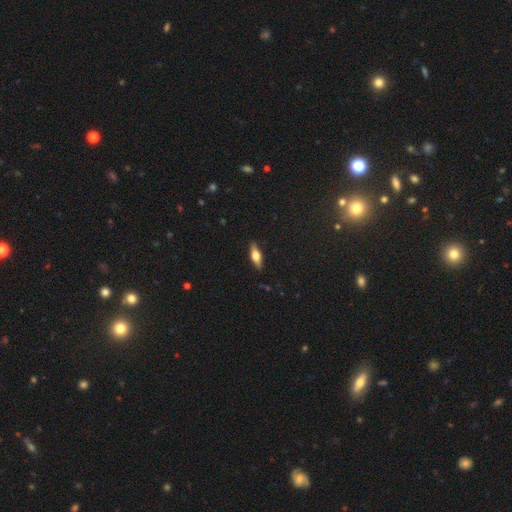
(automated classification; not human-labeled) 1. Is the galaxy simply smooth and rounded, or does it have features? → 49% featured or disk, 44% smooth, 7% star or artifact.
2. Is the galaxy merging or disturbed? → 88% none, 9% minor disturbance, 2% major disturbance, 1% merger.